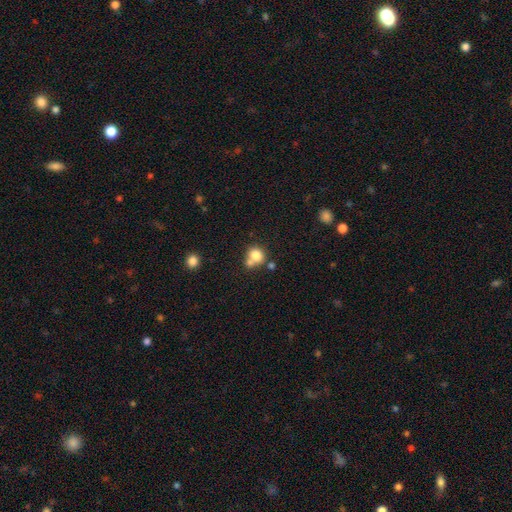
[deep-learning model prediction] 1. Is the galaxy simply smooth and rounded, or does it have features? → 78% smooth, 11% featured or disk, 10% star or artifact.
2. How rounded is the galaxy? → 72% round, 27% in between, 1% cigar-shaped.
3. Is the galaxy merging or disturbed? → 44% none, 41% merger, 11% minor disturbance, 5% major disturbance.